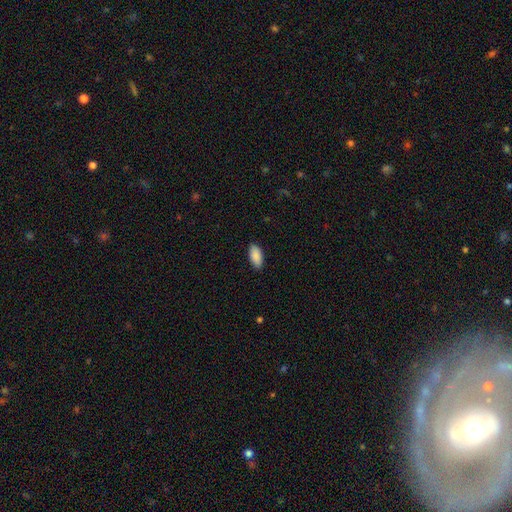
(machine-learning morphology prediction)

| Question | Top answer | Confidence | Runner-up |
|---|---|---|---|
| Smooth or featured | smooth | 90% | star or artifact (6%) |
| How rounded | in between | 92% | cigar-shaped (6%) |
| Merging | none | 88% | minor disturbance (9%) |